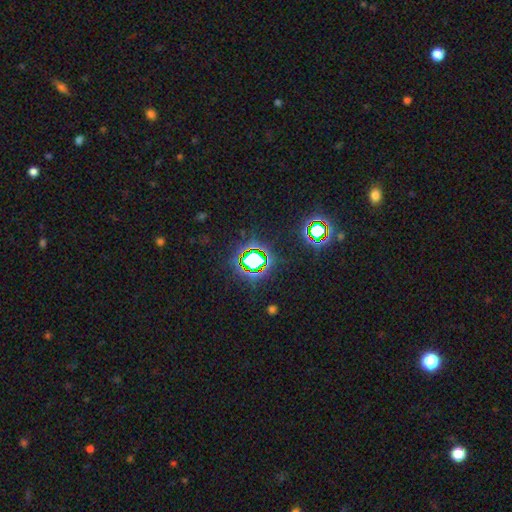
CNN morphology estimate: Smooth or featured? star or artifact (81%)